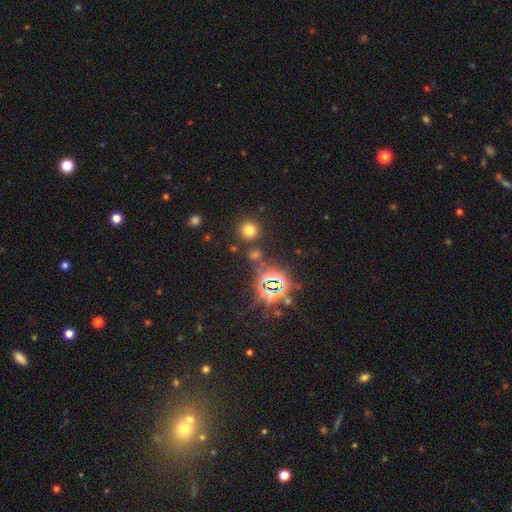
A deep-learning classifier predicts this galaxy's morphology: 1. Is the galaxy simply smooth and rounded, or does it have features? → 57% star or artifact, 35% smooth, 7% featured or disk.